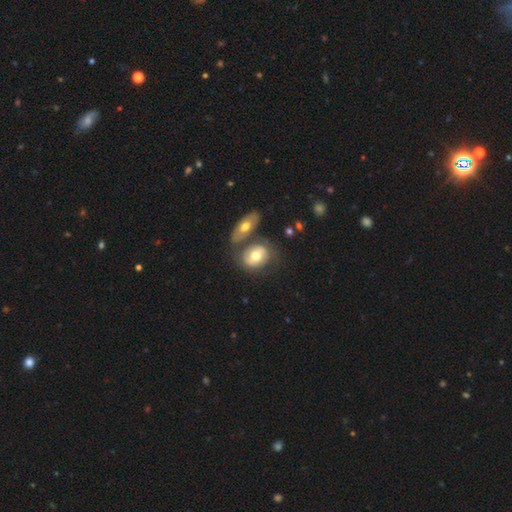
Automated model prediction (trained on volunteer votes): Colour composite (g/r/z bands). It shows a smooth galaxy with no disk features (56%) that is in between round and cigar-shaped (60%). Merging: none (49%).